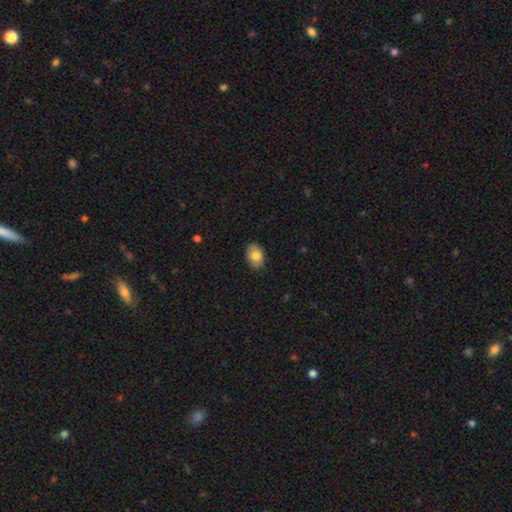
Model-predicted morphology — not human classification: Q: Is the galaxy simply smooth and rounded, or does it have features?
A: smooth — 81%.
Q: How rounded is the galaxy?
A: in between — 85%.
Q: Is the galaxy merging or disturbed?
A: none — 87%.